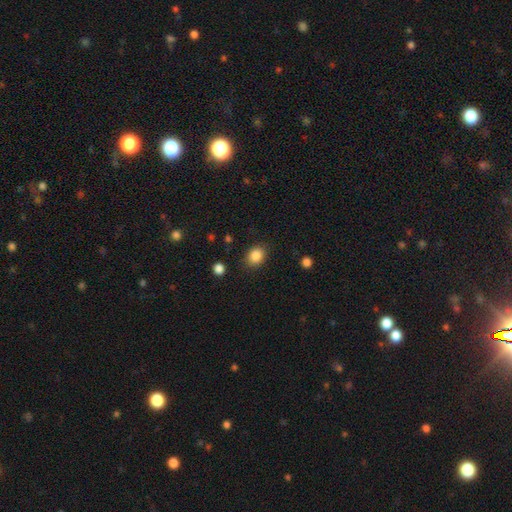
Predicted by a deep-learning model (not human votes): The model was most divided on "how rounded": round: 50%, in between: 49%, cigar-shaped: 1%. More confident: smooth or featured — smooth (86%); merging — none (83%).